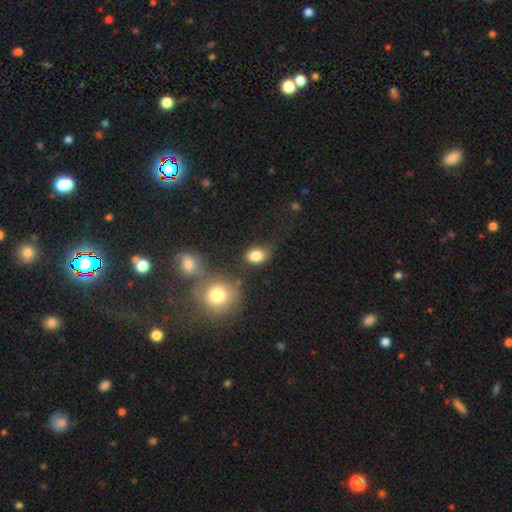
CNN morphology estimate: A smooth galaxy with no disk features (83%) that is in between round and cigar-shaped (69%). Merging: none (60%).